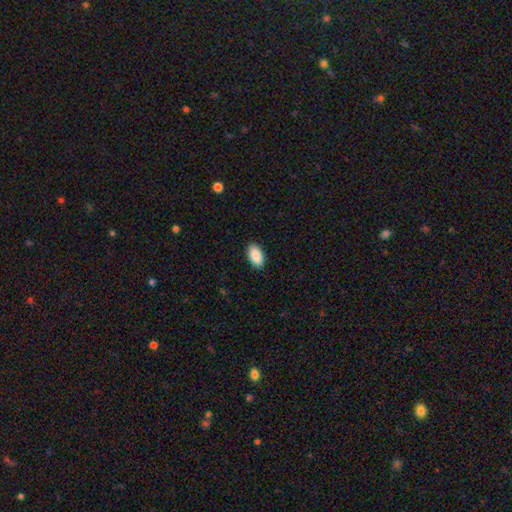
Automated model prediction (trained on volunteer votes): Smooth or featured: smooth — 89% (star or artifact — 6%)
How rounded: in between — 94% (round — 3%)
Merging: none — 89% (minor disturbance — 8%)